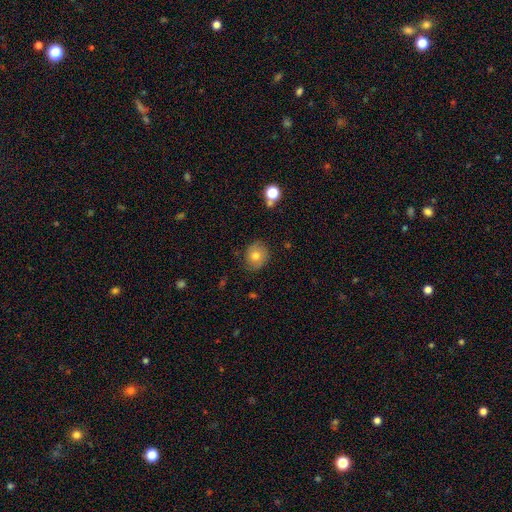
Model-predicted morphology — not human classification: Overall: smooth (74%). How rounded: round (73%). Merging: none (82%).